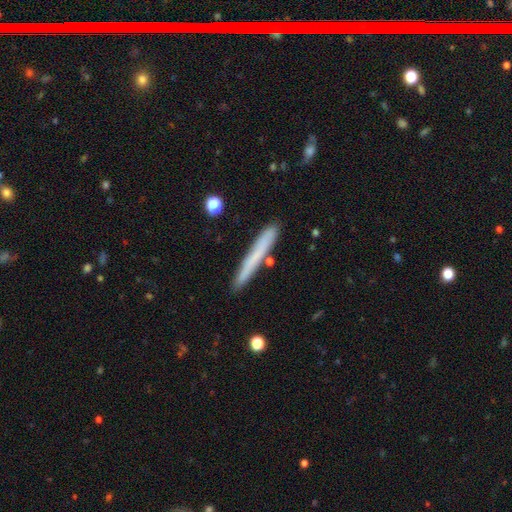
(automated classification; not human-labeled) A smooth galaxy with no disk features (66%) that is cigar-shaped (97%).

Vote fractions:
- Smooth or featured? smooth: 66% / featured or disk: 27% / star or artifact: 7%
- How rounded? cigar-shaped: 97% / in between: 2% / round: 1%
- Merging? none: 86% / minor disturbance: 9% / merger: 3% / major disturbance: 2%